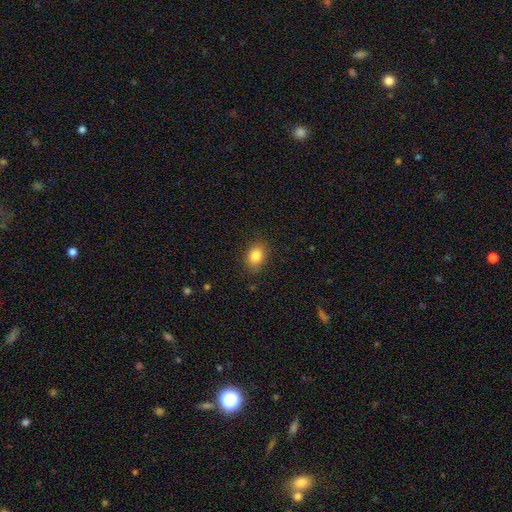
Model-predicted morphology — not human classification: smooth-or-featured: smooth: 84% | star or artifact: 9% | featured or disk: 7%
  how-rounded: in between: 66% | round: 33% | cigar-shaped: 1%
  merging: none: 83% | minor disturbance: 12% | major disturbance: 3% | merger: 1%